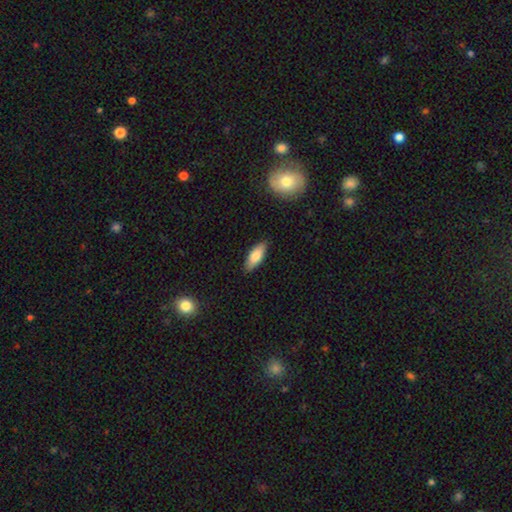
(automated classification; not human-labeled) smooth 78%, featured or disk 15%, star or artifact 6%. Down the decision tree: how rounded — in between (73%); merging — none (85%).